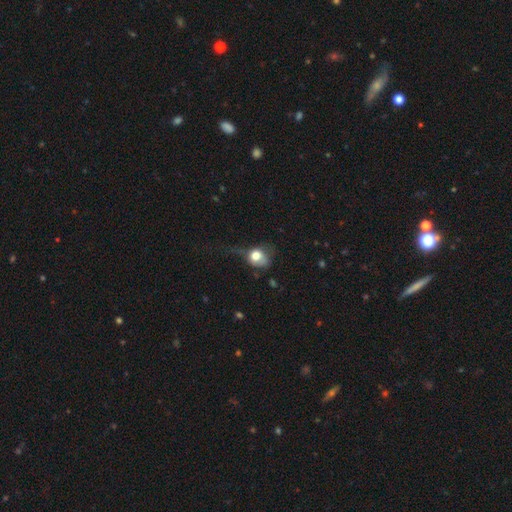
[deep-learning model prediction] Smooth or featured? Predicted: smooth (p=0.71). How rounded? Predicted: round (p=0.60). Merging? Predicted: major disturbance (p=0.40).